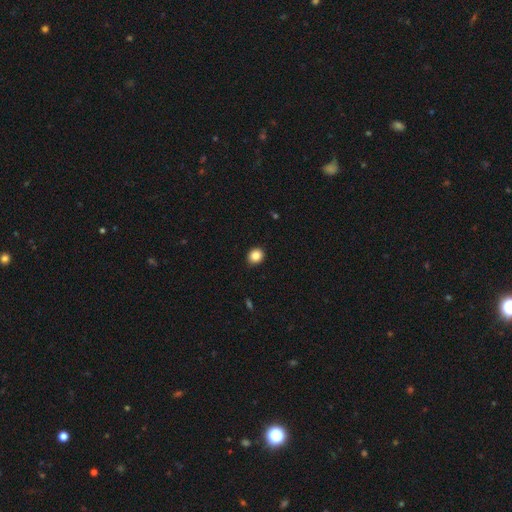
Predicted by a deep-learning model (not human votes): smooth_or_featured: smooth (p=0.86) [alt: star or artifact p=0.10]
how_rounded: round (p=0.75) [alt: in between p=0.24]
merging: none (p=0.91) [alt: minor disturbance p=0.07]